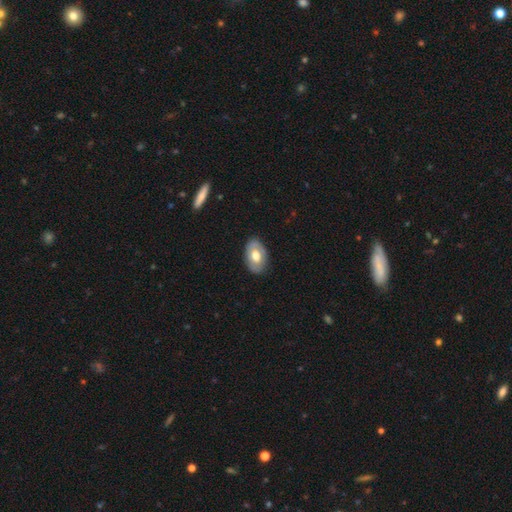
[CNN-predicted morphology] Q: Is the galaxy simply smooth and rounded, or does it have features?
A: smooth — 56%.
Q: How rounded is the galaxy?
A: in between — 87%.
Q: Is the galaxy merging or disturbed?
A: none — 84%.